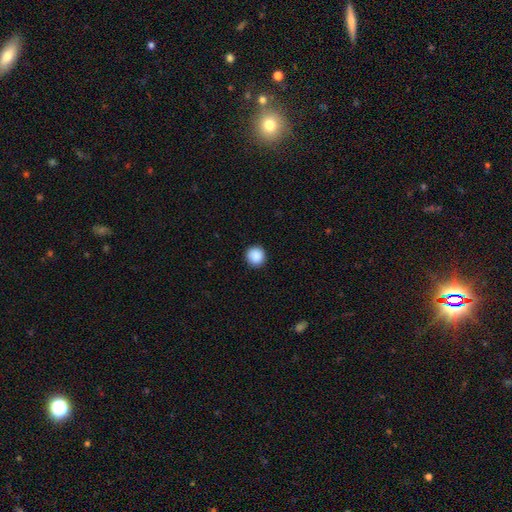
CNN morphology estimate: smooth_or_featured: smooth (p=0.89) [alt: star or artifact p=0.09]
how_rounded: round (p=0.94) [alt: in between p=0.05]
merging: none (p=0.92) [alt: minor disturbance p=0.06]